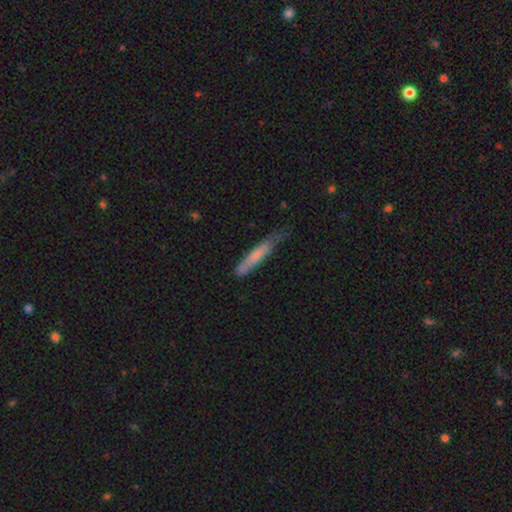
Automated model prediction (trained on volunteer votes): Smooth or featured? Predicted: smooth (p=0.64). How rounded? Predicted: cigar-shaped (p=0.91). Merging? Predicted: none (p=0.54).